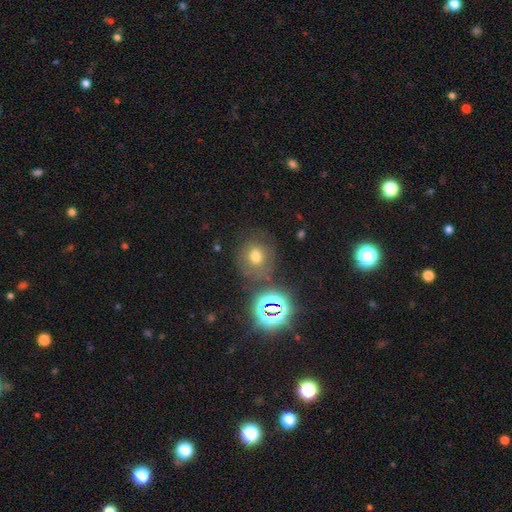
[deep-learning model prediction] Smooth or featured?
  - smooth: 61% *
  - star or artifact: 25%
  - featured or disk: 14%
How rounded?
  - round: 79% *
  - in between: 20%
  - cigar-shaped: 1%
Merging?
  - none: 69% *
  - minor disturbance: 15%
  - merger: 9%
  - major disturbance: 8%